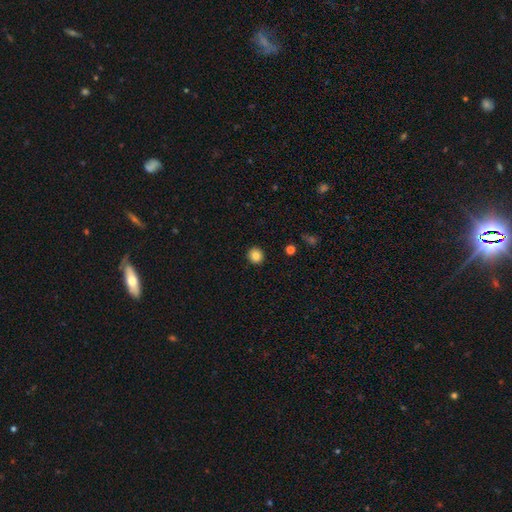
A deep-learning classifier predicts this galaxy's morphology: Q: Smooth or featured?
A: smooth (83%); runner-up: star or artifact (10%)
Q: How rounded?
A: round (94%); runner-up: in between (5%)
Q: Merging?
A: none (92%); runner-up: minor disturbance (5%)